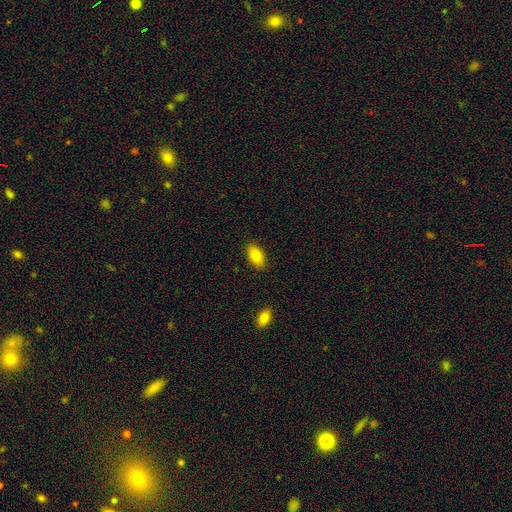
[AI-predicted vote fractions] smooth-or-featured: smooth: 81% | featured or disk: 12% | star or artifact: 8%
  how-rounded: in between: 91% | round: 5% | cigar-shaped: 4%
  merging: none: 88% | minor disturbance: 9% | major disturbance: 2% | merger: 1%